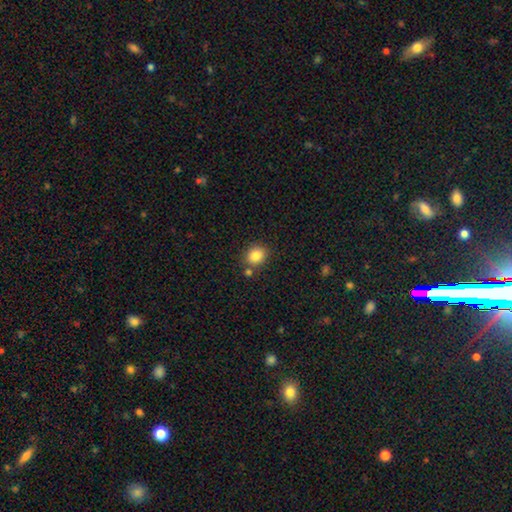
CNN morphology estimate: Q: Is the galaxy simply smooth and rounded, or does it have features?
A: smooth — 85%.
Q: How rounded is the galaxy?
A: round — 64%.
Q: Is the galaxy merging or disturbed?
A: none — 76%.